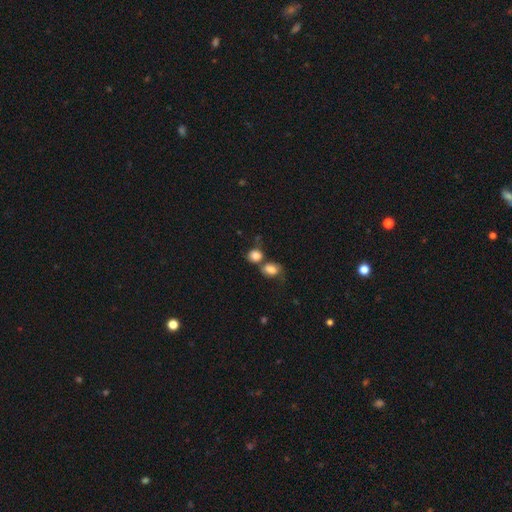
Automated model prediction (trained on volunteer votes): Q: Smooth or featured?
A: smooth (83%); runner-up: star or artifact (9%)
Q: How rounded?
A: round (69%); runner-up: in between (30%)
Q: Merging?
A: merger (46%); runner-up: none (37%)